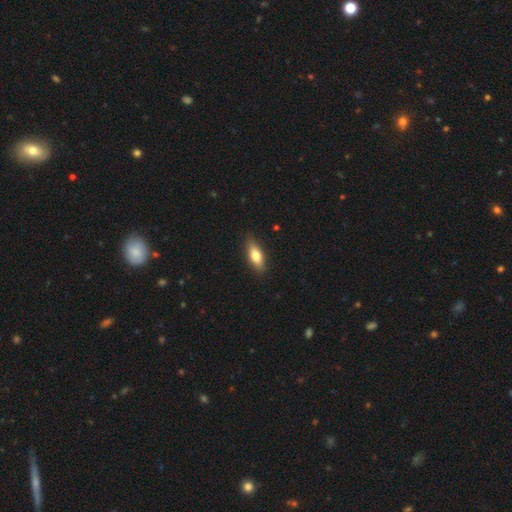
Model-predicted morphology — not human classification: This is likely a smooth galaxy (70%). How rounded: likely in between (64%). Merging: clearly none (86%).